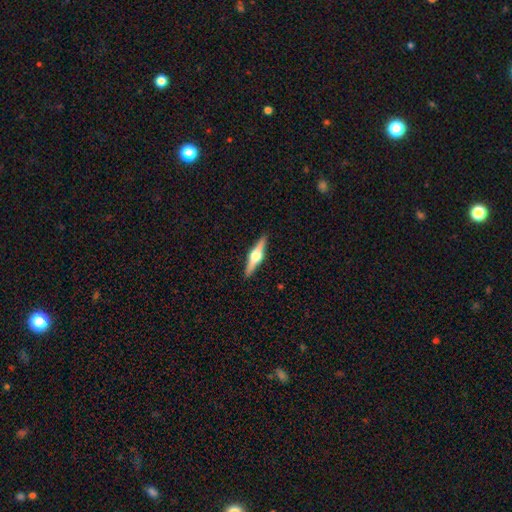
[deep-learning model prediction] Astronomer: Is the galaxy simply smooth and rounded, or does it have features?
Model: featured or disk — 76%.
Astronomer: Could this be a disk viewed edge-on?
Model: yes — 98%.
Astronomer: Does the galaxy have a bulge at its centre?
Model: rounded — 95%.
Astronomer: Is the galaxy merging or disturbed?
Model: none — 91%.